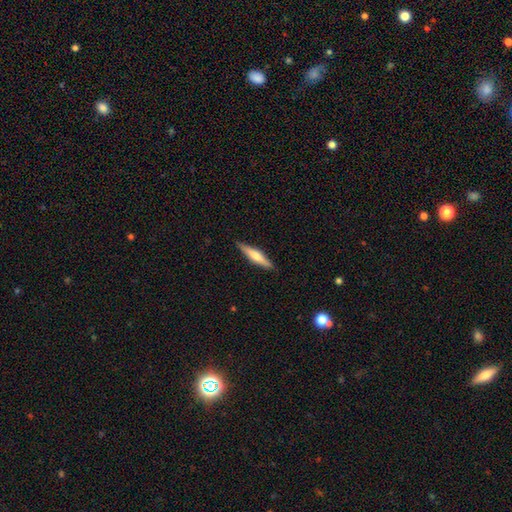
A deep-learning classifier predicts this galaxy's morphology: Smooth or featured: featured or disk — 48% (smooth — 46%)
Merging: none — 89% (minor disturbance — 8%)